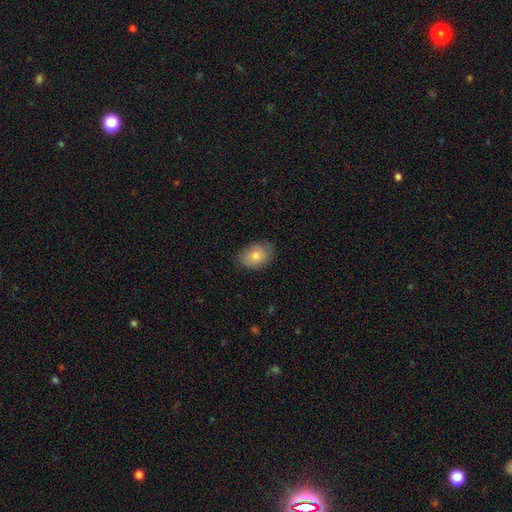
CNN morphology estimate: This is likely a smooth galaxy (78%). How rounded: likely in between (77%). Merging: likely none (79%).